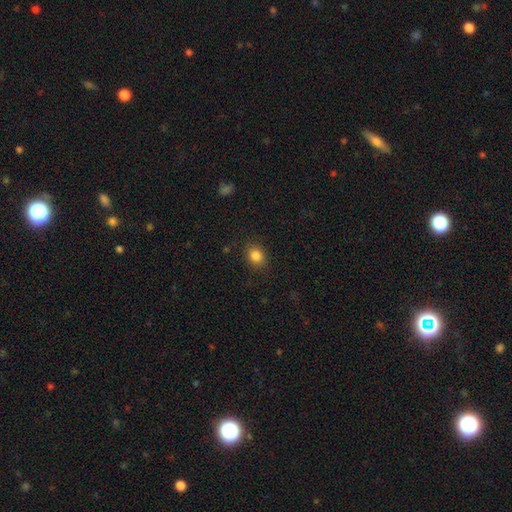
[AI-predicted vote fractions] Overall: smooth (85%). How rounded: round (60%; in between 39%). Merging: none (87%).